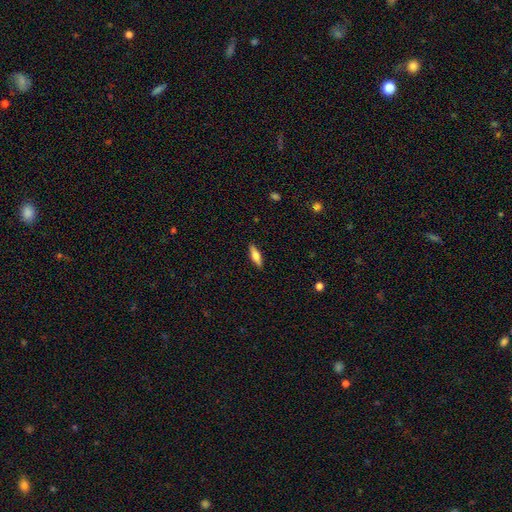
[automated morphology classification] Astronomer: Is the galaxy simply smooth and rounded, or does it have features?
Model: smooth — 60%.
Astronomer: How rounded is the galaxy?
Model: cigar-shaped — 50% (runner-up: in between, 48%).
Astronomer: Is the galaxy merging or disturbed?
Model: none — 89%.